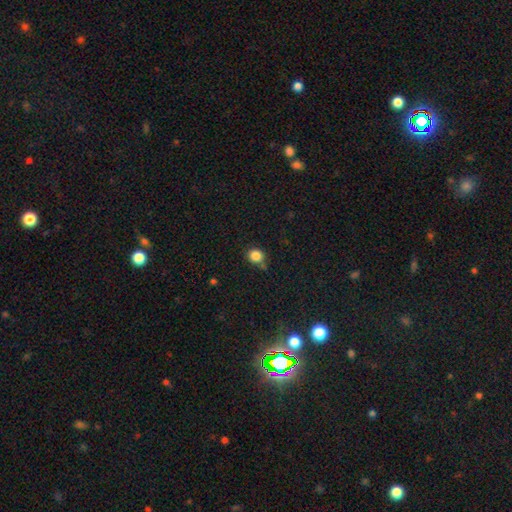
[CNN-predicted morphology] Q: Smooth or featured?
A: smooth (85%); runner-up: star or artifact (11%)
Q: How rounded?
A: round (81%); runner-up: in between (18%)
Q: Merging?
A: none (70%); runner-up: minor disturbance (18%)